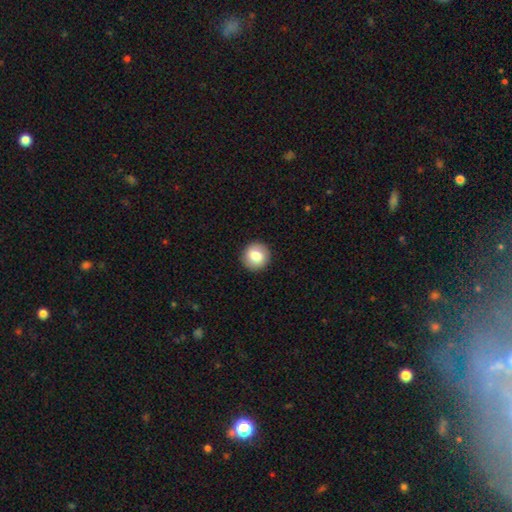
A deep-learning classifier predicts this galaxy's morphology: Smooth or featured? Predicted: smooth (p=0.79). How rounded? Predicted: round (p=0.92). Merging? Predicted: none (p=0.91).